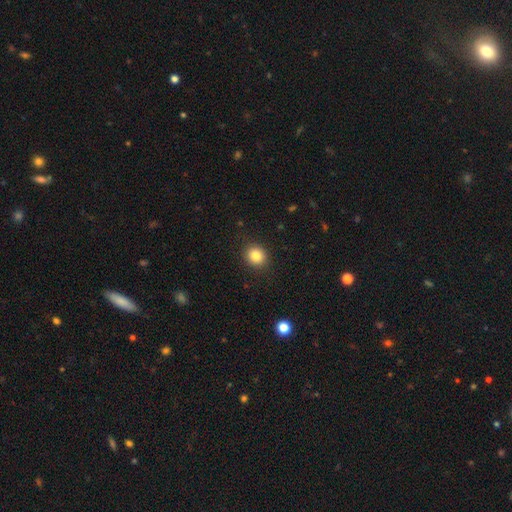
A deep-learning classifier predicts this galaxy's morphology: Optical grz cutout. It shows a smooth galaxy with no disk features (84%) that is round (78%). Merging: none (89%).